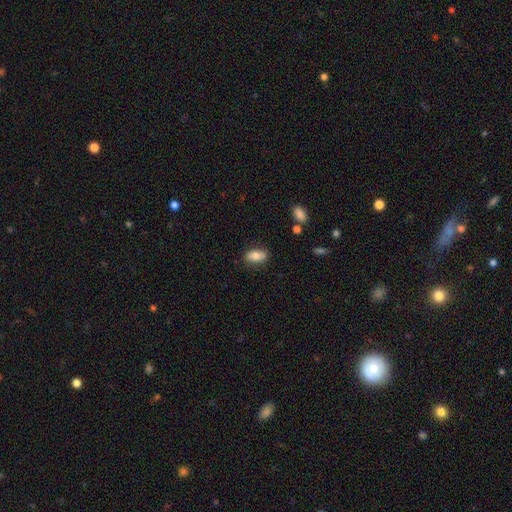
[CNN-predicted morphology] The model was most divided on "smooth or featured": smooth: 79%, featured or disk: 14%, star or artifact: 8%. More confident: how rounded — in between (89%); merging — none (81%).